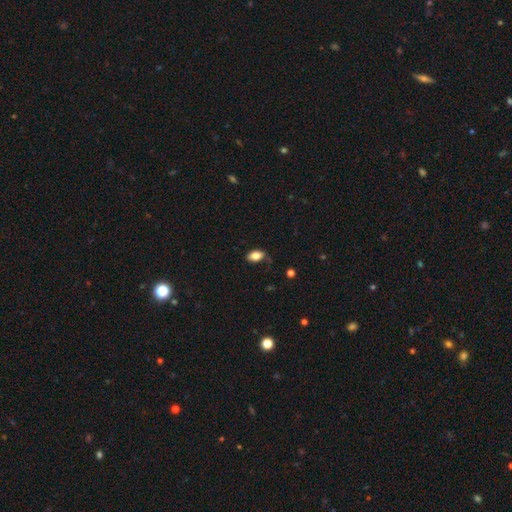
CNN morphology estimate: type=smooth (83%); roundness=in between (91%); merging=none (70%).